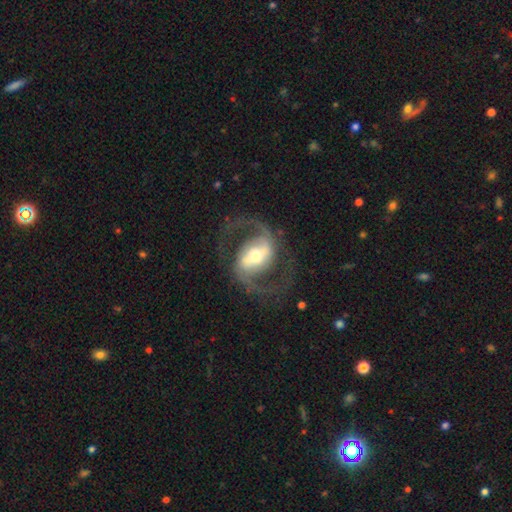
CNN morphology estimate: Overall: featured or disk (90%). Edge-on disk: no (97%). Bar: strong (57%; weak 30%). Spiral arms: yes (95%). Spiral arm count: 2 (94%). Spiral winding: medium (58%; loose 29%). Bulge size: moderate (59%; small 27%). Merging: none (78%).